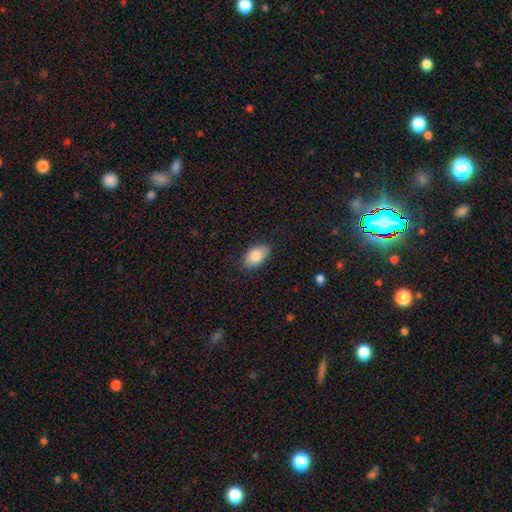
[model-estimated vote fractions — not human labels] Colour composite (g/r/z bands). It shows a smooth galaxy with no disk features (84%) that is in between round and cigar-shaped (93%). Merging: none (86%).